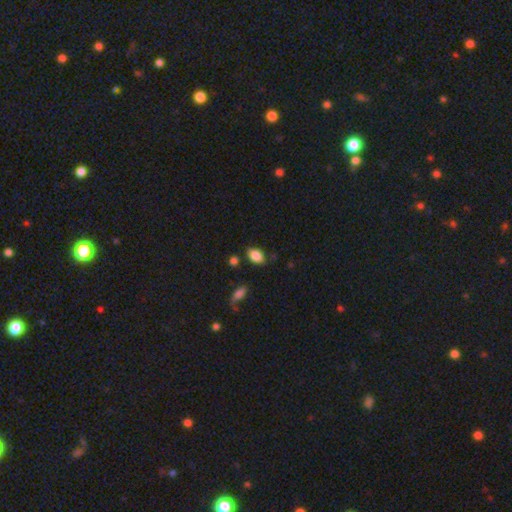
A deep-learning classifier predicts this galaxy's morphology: This appears to be a smooth galaxy with no disk features (85%) that is in between round and cigar-shaped (88%). Merging: none (75%).